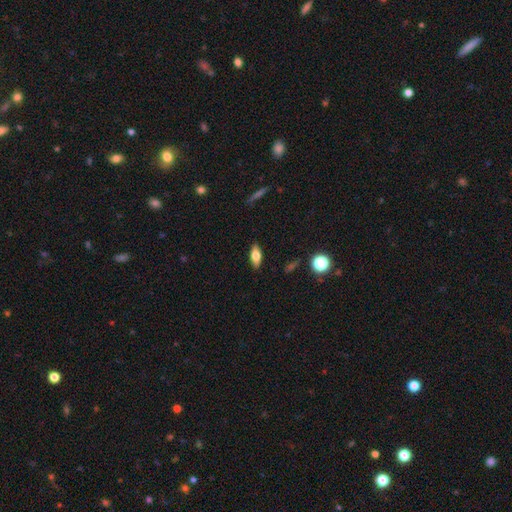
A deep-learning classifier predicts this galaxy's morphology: Smooth or featured? smooth (64%)
How rounded? in between (75%)
Merging? none (88%)